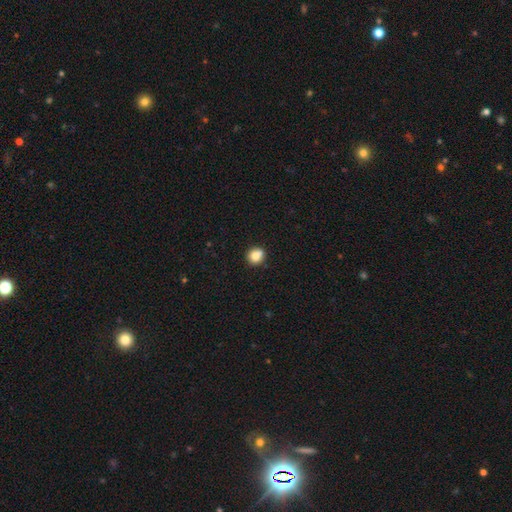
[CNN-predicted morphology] This appears to be a smooth galaxy with no disk features (81%) that is round (87%). Merging: none (75%).